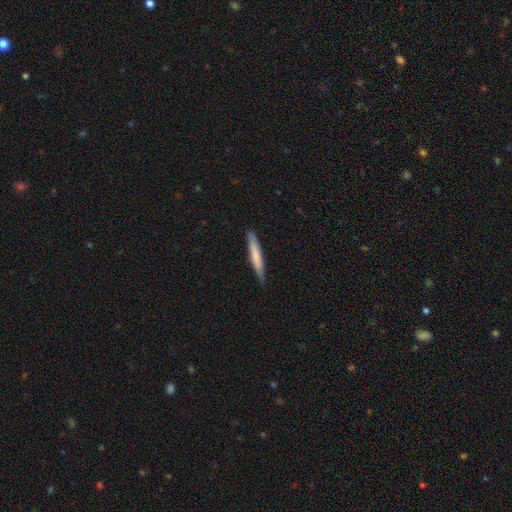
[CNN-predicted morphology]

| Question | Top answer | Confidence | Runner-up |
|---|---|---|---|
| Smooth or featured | smooth | 67% | featured or disk (28%) |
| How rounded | cigar-shaped | 95% | in between (4%) |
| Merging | none | 84% | minor disturbance (13%) |